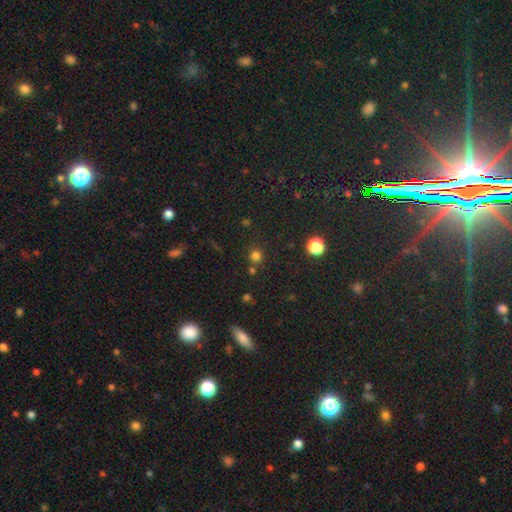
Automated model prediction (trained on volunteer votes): The model was most divided on "smooth or featured": smooth: 73%, star or artifact: 21%, featured or disk: 6%. More confident: how rounded — round (88%); merging — none (75%).